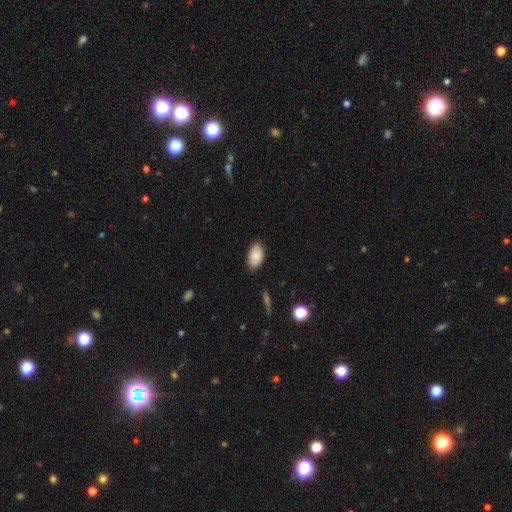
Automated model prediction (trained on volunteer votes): Morphology: type=smooth (82%); roundness=in between (94%); merging=none (82%).